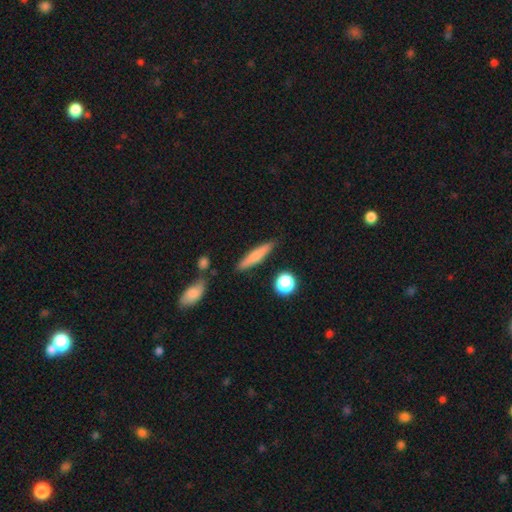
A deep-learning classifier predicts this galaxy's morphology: A smooth galaxy with no disk features (67%) that is cigar-shaped (85%). Merging: none (84%).